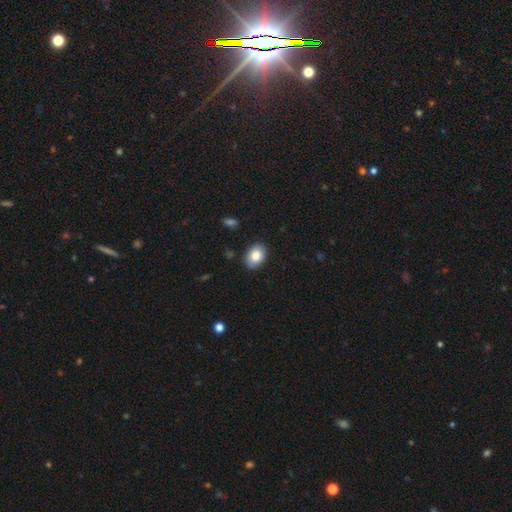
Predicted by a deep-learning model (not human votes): Q: Smooth or featured?
A: smooth (82%); runner-up: featured or disk (10%)
Q: How rounded?
A: in between (77%); runner-up: round (22%)
Q: Merging?
A: none (87%); runner-up: minor disturbance (10%)